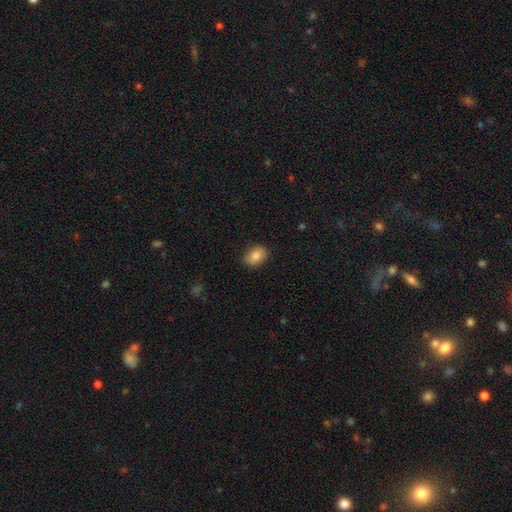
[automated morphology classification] A smooth galaxy with no disk features (82%) that is in between round and cigar-shaped (69%). Merging: none (84%).